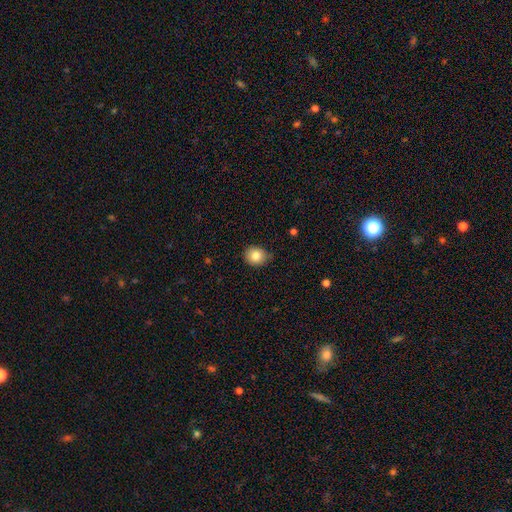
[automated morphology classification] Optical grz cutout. It shows a smooth galaxy with no disk features (83%) that is round (76%). Merging: none (77%).